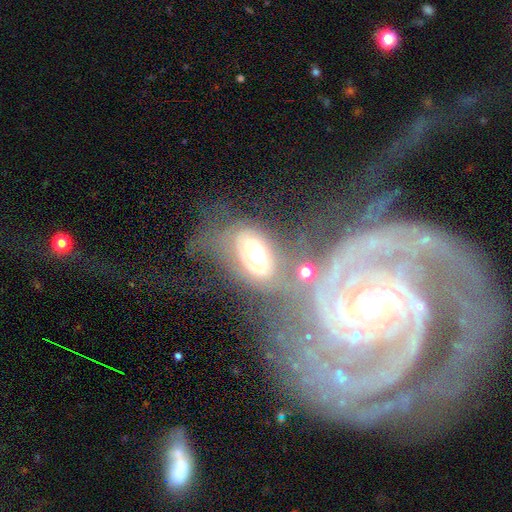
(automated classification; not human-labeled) This is likely a featured or disk galaxy (61%). It is clearly not viewed edge-on (91%). Bar: clearly no (81%). Spiral arm pattern: possibly no (50%, tied with yes). Central bulge: possibly moderate (51%). Merging: possibly none (50%).